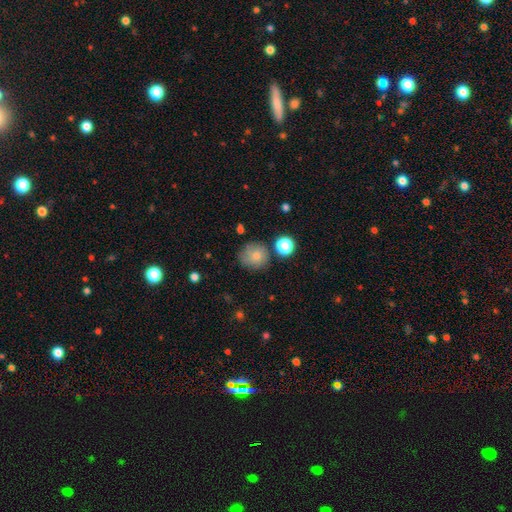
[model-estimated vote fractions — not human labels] smooth_or_featured: smooth (p=0.76) [alt: featured or disk p=0.13]
how_rounded: round (p=0.89) [alt: in between p=0.10]
merging: none (p=0.71) [alt: minor disturbance p=0.18]